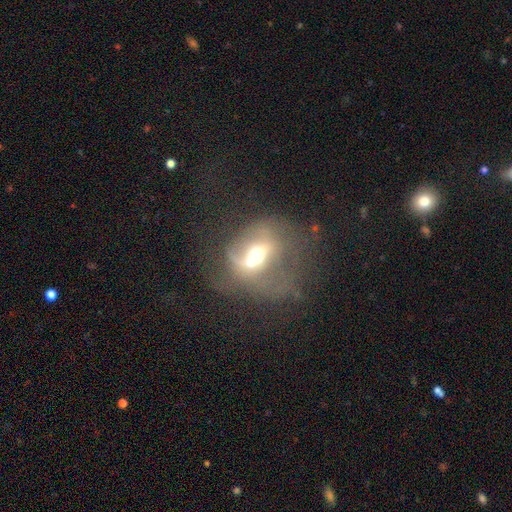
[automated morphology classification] featured or disk 52%, smooth 34%, star or artifact 14%. Down the decision tree: edge-on disk — no (91%); merging — major disturbance (29%, tied with merger).